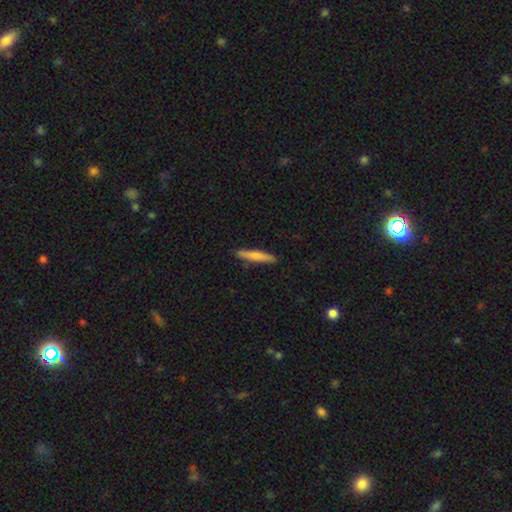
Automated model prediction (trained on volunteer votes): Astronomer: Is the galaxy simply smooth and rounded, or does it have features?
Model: smooth — 74%.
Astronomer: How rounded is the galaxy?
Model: cigar-shaped — 92%.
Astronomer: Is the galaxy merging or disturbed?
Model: none — 89%.